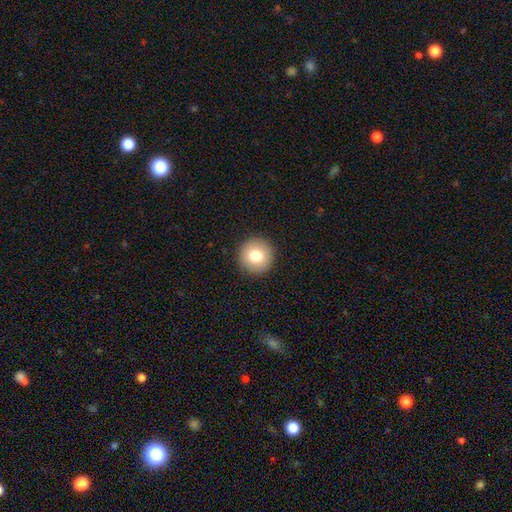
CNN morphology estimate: type=smooth (79%); roundness=round (96%); merging=none (93%).